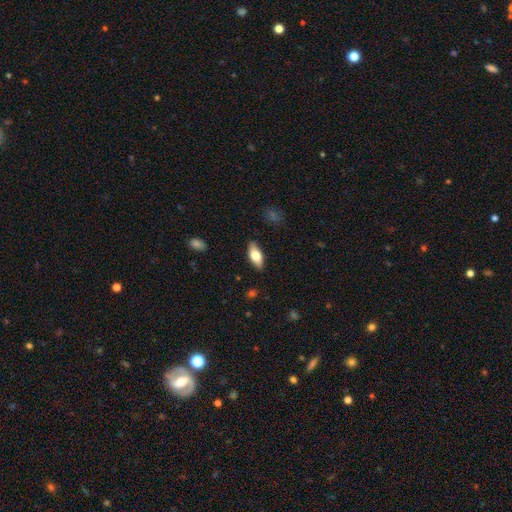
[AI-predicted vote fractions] This is likely a smooth galaxy (68%). How rounded: clearly in between (83%). Merging: clearly none (86%).